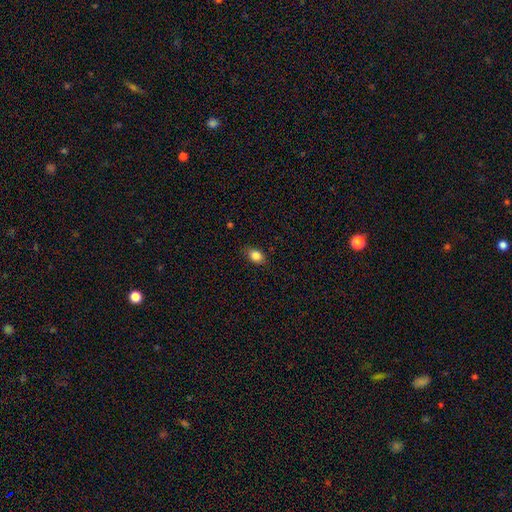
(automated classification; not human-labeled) smooth 85%, star or artifact 9%, featured or disk 6%. Down the decision tree: how rounded — in between (75%); merging — none (84%).